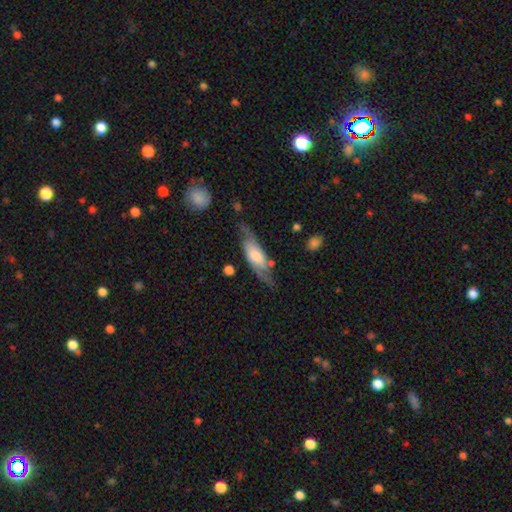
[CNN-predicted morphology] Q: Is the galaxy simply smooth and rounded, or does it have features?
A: featured or disk — 64%.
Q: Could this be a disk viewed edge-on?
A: no — 75%.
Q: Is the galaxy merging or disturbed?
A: none — 62%.